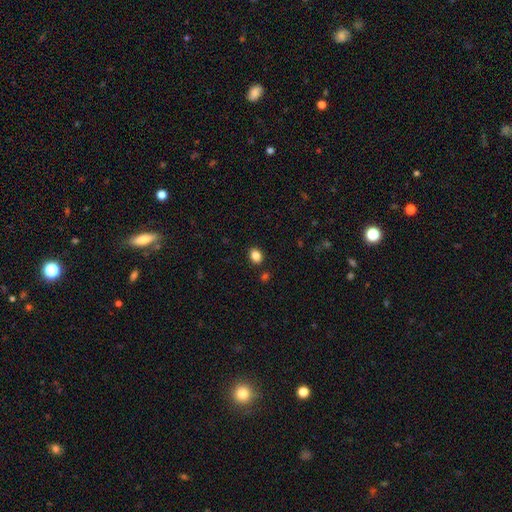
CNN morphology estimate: A smooth galaxy with no disk features (86%) that is in between round and cigar-shaped (58%).

Vote fractions:
- Smooth or featured? smooth: 86% / star or artifact: 10% / featured or disk: 4%
- How rounded? in between: 58% / round: 41% / cigar-shaped: 1%
- Merging? none: 88% / minor disturbance: 8% / merger: 3% / major disturbance: 2%